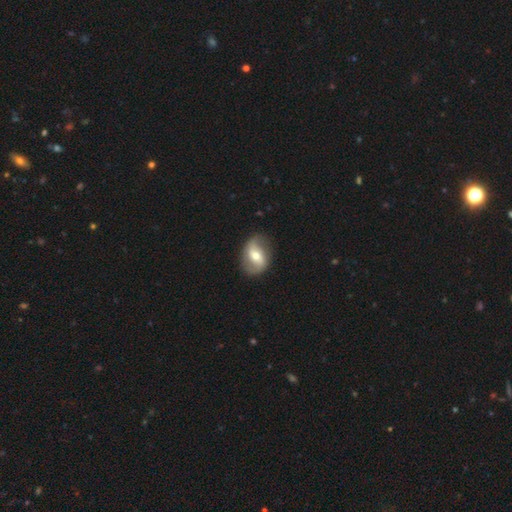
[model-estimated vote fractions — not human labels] This is likely a featured or disk galaxy (62%). It is clearly not viewed edge-on (95%). Bar: marginally weak (38%). Spiral arm pattern: likely yes (74%). Central bulge: likely moderate (63%). Merging: likely none (79%).